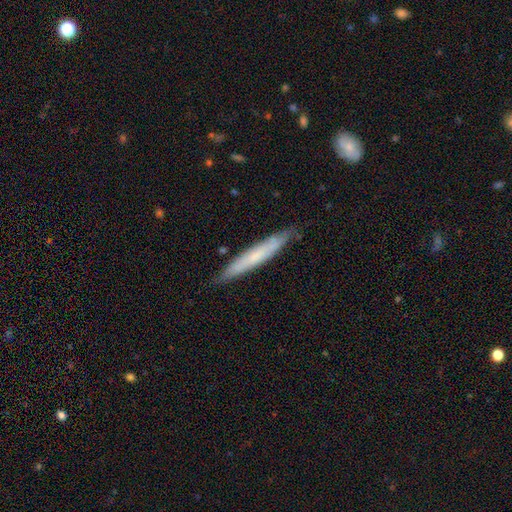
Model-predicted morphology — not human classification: Smooth or featured?
  - smooth: 55% *
  - featured or disk: 39%
  - star or artifact: 6%
How rounded?
  - cigar-shaped: 95% *
  - in between: 4%
  - round: 1%
Merging?
  - none: 84% *
  - minor disturbance: 12%
  - major disturbance: 2%
  - merger: 1%